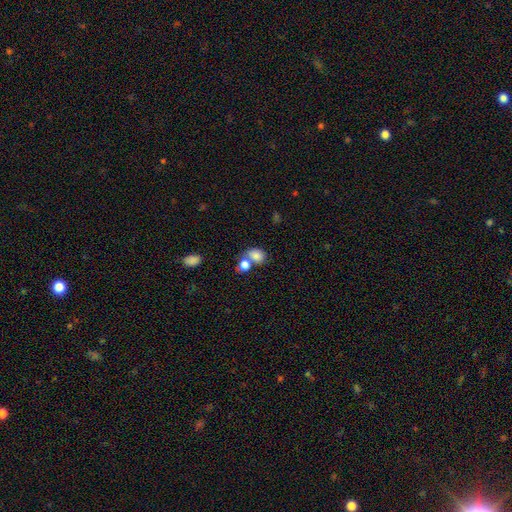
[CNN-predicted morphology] This is clearly a smooth galaxy (80%). How rounded: possibly in between (59%). Merging: marginally merger (43%).